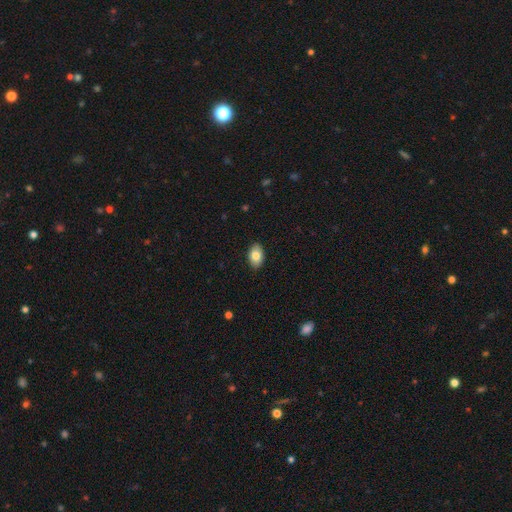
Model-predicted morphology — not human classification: smooth_or_featured: smooth (p=0.82) [alt: featured or disk p=0.11]
how_rounded: in between (p=0.91) [alt: round p=0.07]
merging: none (p=0.89) [alt: minor disturbance p=0.08]